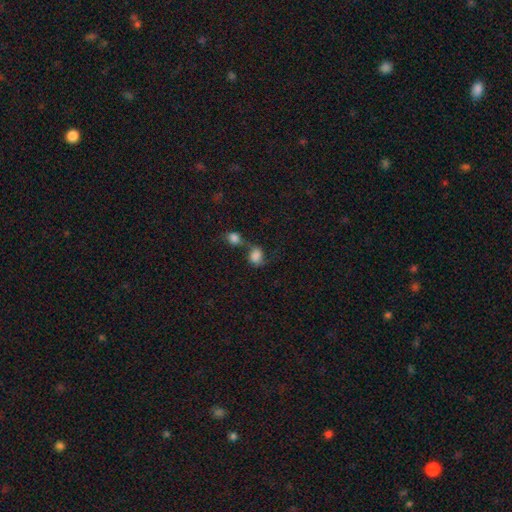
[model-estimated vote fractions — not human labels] Q: Smooth or featured?
A: smooth (77%); runner-up: featured or disk (12%)
Q: How rounded?
A: round (55%); runner-up: in between (43%)
Q: Merging?
A: merger (52%); runner-up: none (26%)